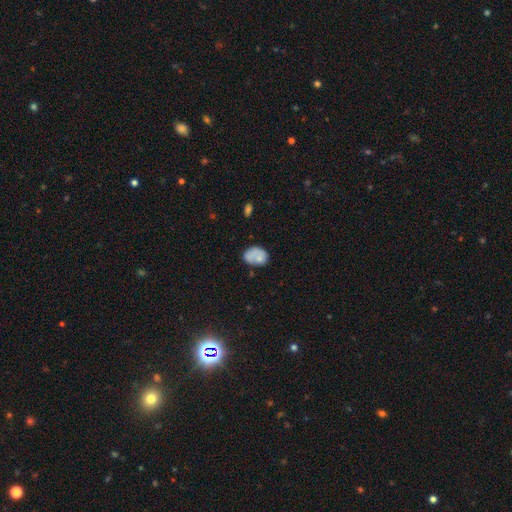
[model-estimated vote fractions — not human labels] Smooth or featured: smooth — 69% (featured or disk — 22%)
How rounded: in between — 68% (round — 31%)
Merging: none — 48% (minor disturbance — 26%)